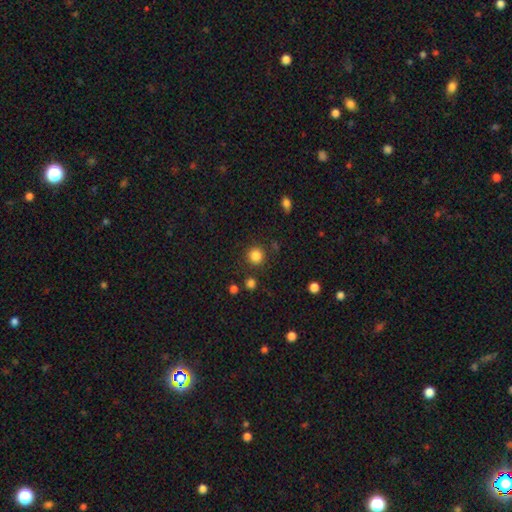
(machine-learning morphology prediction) smooth-or-featured: smooth: 84% | star or artifact: 12% | featured or disk: 4%
  how-rounded: round: 93% | in between: 6% | cigar-shaped: 1%
  merging: none: 87% | minor disturbance: 7% | merger: 4% | major disturbance: 3%